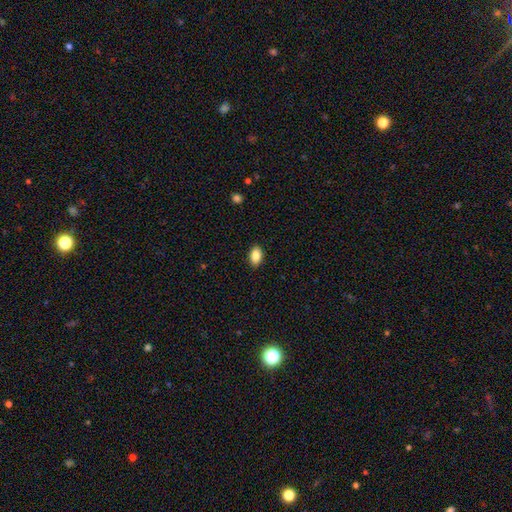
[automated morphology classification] Smooth or featured? smooth (87%)
How rounded? in between (91%)
Merging? none (90%)